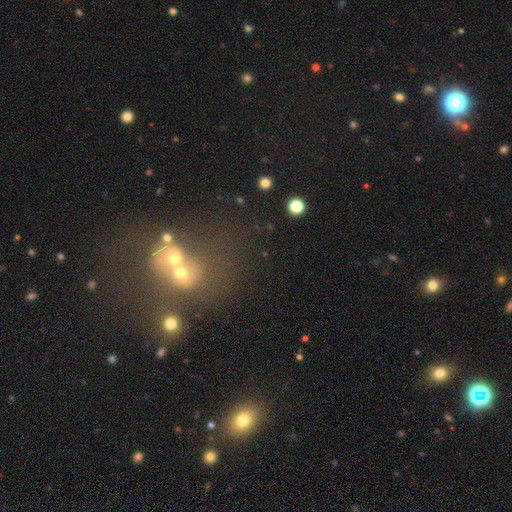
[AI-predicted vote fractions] A star or artifact, not a galaxy (41%).

Vote fractions:
- Smooth or featured? star or artifact: 41% / smooth: 37% / featured or disk: 23%